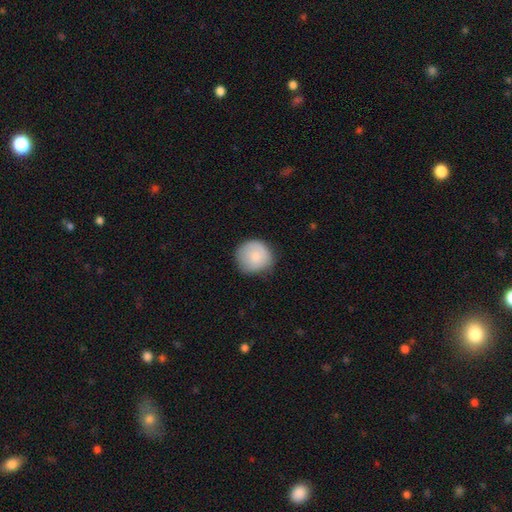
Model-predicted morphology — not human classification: A smooth galaxy with no disk features (82%) that is round (91%). Merging: none (74%).